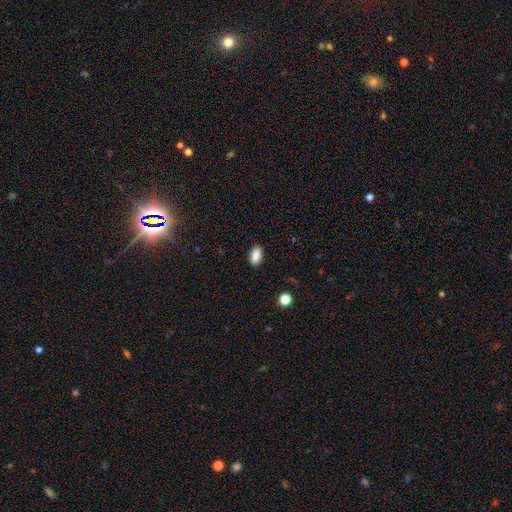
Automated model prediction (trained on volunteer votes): A smooth galaxy with no disk features (88%) that is in between round and cigar-shaped (91%). Merging: none (88%).